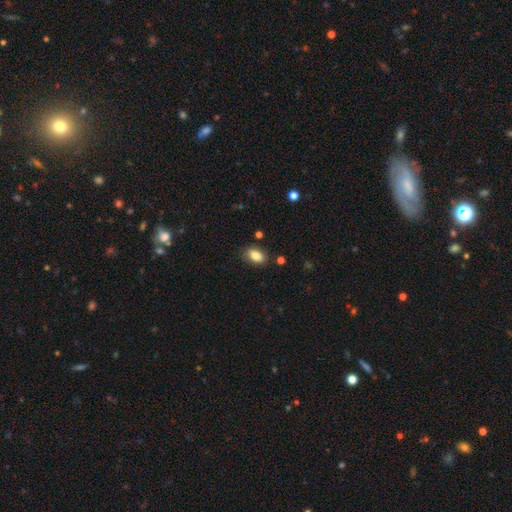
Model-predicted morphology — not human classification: Q: Smooth or featured?
A: smooth (85%); runner-up: star or artifact (8%)
Q: How rounded?
A: in between (88%); runner-up: round (10%)
Q: Merging?
A: none (84%); runner-up: minor disturbance (12%)